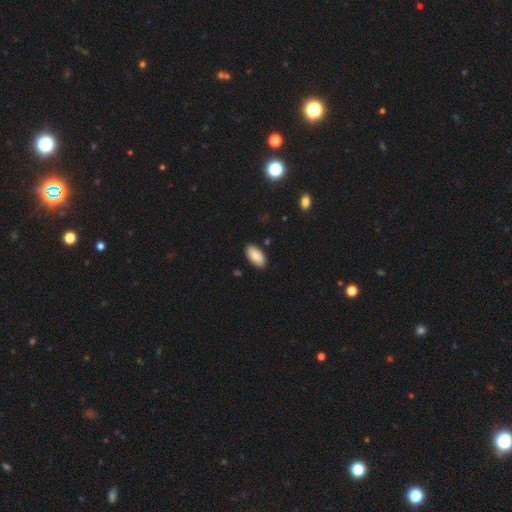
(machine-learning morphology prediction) A smooth galaxy with no disk features (89%) that is in between round and cigar-shaped (95%).

Vote fractions:
- Smooth or featured? smooth: 89% / star or artifact: 6% / featured or disk: 5%
- How rounded? in between: 95% / cigar-shaped: 3% / round: 2%
- Merging? none: 87% / minor disturbance: 10% / major disturbance: 2% / merger: 1%